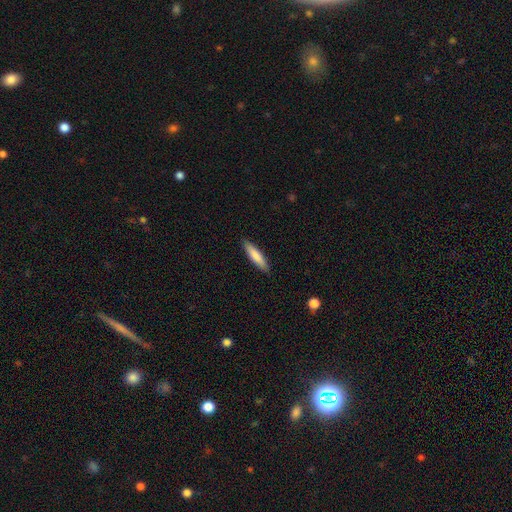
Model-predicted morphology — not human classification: A smooth galaxy with no disk features (81%) that is cigar-shaped (78%).

Vote fractions:
- Smooth or featured? smooth: 81% / featured or disk: 14% / star or artifact: 5%
- How rounded? cigar-shaped: 78% / in between: 21% / round: 1%
- Merging? none: 89% / minor disturbance: 8% / major disturbance: 2% / merger: 1%